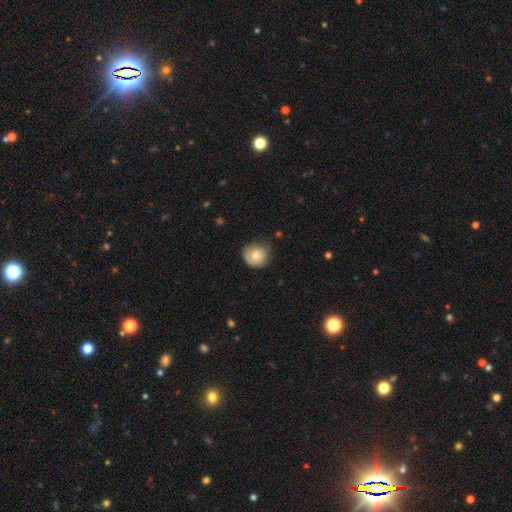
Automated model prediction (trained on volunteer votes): smooth 77%, featured or disk 16%, star or artifact 8%. Down the decision tree: how rounded — round (89%); merging — none (65%).